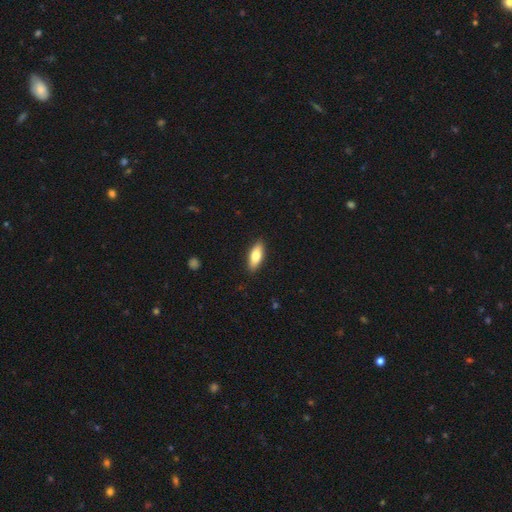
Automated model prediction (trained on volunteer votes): Q: Smooth or featured?
A: smooth (74%); runner-up: featured or disk (20%)
Q: How rounded?
A: in between (70%); runner-up: cigar-shaped (28%)
Q: Merging?
A: none (89%); runner-up: minor disturbance (9%)